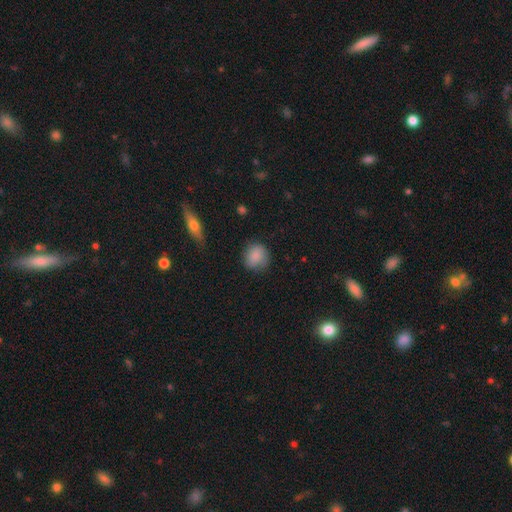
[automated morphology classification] type=smooth (83%); roundness=round (78%); merging=none (71%).